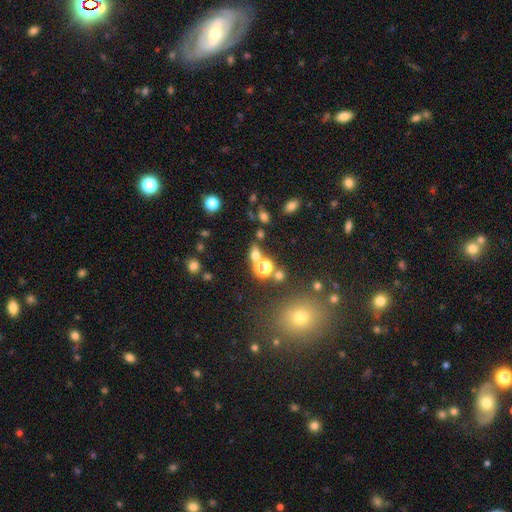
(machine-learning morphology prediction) smooth-or-featured: smooth: 62% | star or artifact: 26% | featured or disk: 12%
  how-rounded: in between: 49% | round: 46% | cigar-shaped: 5%
  merging: none: 55% | merger: 28% | minor disturbance: 11% | major disturbance: 6%